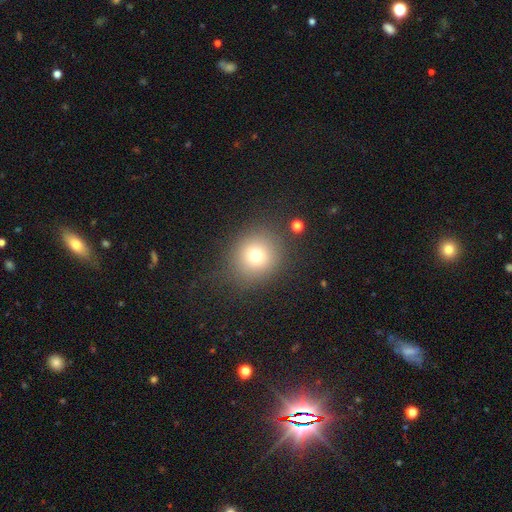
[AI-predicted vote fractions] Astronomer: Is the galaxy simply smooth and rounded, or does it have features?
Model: smooth — 73%.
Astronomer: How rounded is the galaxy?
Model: round — 87%.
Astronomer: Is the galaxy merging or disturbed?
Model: none — 81%.